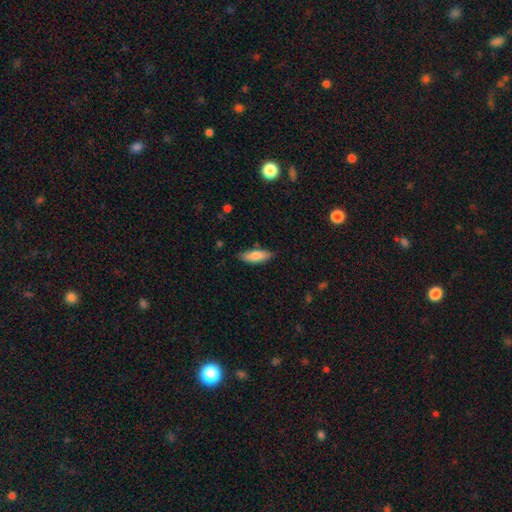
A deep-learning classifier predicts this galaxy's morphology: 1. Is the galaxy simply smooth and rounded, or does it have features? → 81% smooth, 13% featured or disk, 6% star or artifact.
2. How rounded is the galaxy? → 60% in between, 38% cigar-shaped, 2% round.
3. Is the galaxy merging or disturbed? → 81% none, 15% minor disturbance, 2% major disturbance, 2% merger.